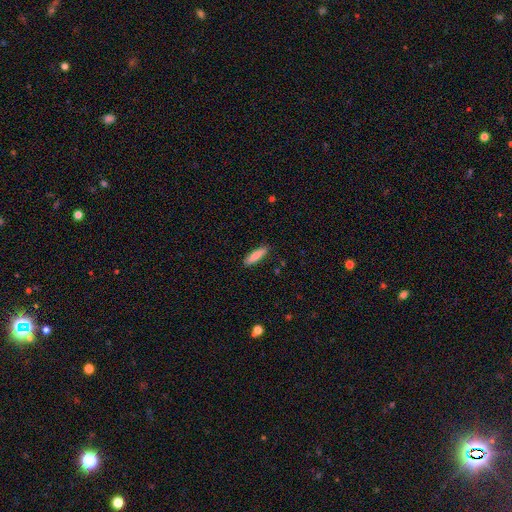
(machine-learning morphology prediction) This appears to be a smooth galaxy with no disk features (79%) that is cigar-shaped (60%). Merging: none (88%).